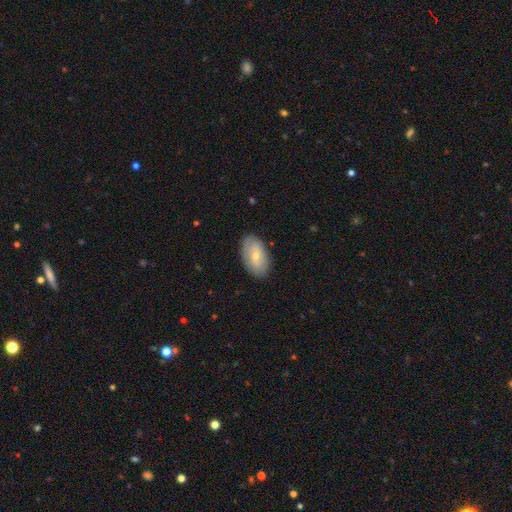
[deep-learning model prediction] Smooth or featured?
  - smooth: 63% *
  - featured or disk: 31%
  - star or artifact: 6%
How rounded?
  - in between: 93% *
  - round: 5%
  - cigar-shaped: 2%
Merging?
  - none: 85% *
  - minor disturbance: 12%
  - major disturbance: 3%
  - merger: 1%